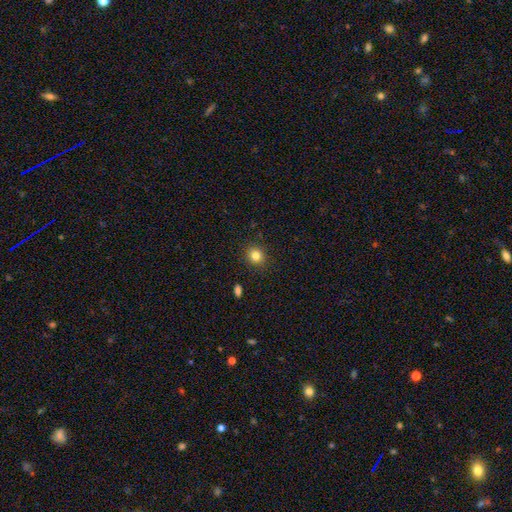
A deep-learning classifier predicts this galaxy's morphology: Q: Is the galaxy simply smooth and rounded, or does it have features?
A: smooth — 82%.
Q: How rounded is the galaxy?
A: round — 86%.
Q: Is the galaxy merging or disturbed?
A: none — 90%.